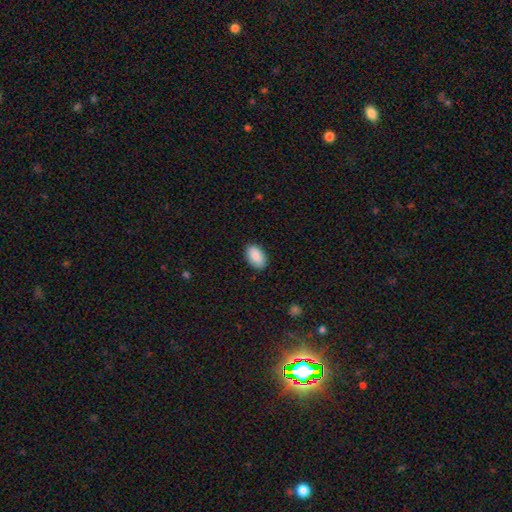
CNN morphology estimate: smooth-or-featured: smooth: 90% | star or artifact: 6% | featured or disk: 4%
  how-rounded: in between: 94% | round: 5% | cigar-shaped: 1%
  merging: none: 87% | minor disturbance: 10% | major disturbance: 2% | merger: 1%